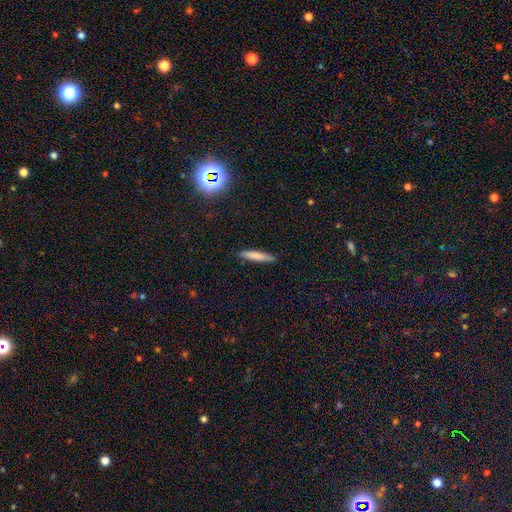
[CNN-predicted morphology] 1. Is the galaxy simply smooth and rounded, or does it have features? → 78% smooth, 15% featured or disk, 7% star or artifact.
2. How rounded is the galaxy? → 91% cigar-shaped, 8% in between, 1% round.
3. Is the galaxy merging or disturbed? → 89% none, 8% minor disturbance, 2% major disturbance, 1% merger.